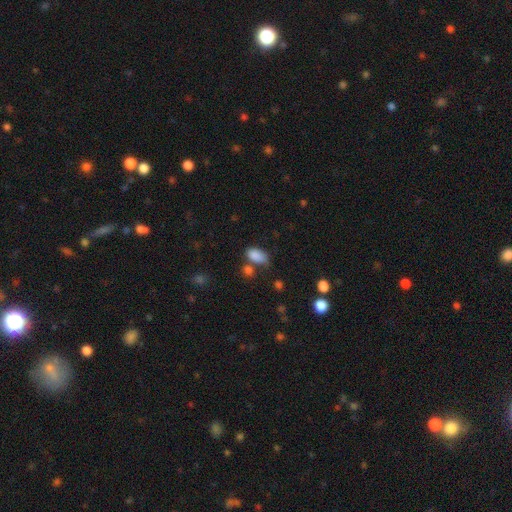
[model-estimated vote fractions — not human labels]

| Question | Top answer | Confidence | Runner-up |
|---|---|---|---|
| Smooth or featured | smooth | 85% | star or artifact (9%) |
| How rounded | in between | 92% | round (6%) |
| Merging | none | 53% | minor disturbance (21%) |